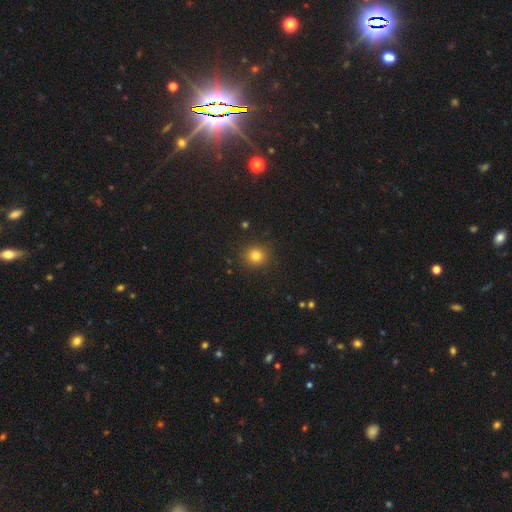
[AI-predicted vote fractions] Morphology: type=smooth (81%); roundness=round (89%); merging=none (90%).